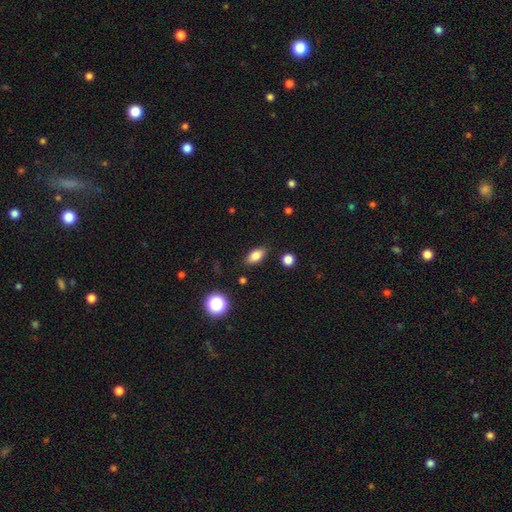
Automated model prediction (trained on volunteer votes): smooth-or-featured: smooth: 82% | star or artifact: 10% | featured or disk: 8%
  how-rounded: in between: 87% | round: 8% | cigar-shaped: 5%
  merging: none: 86% | minor disturbance: 10% | major disturbance: 3% | merger: 2%